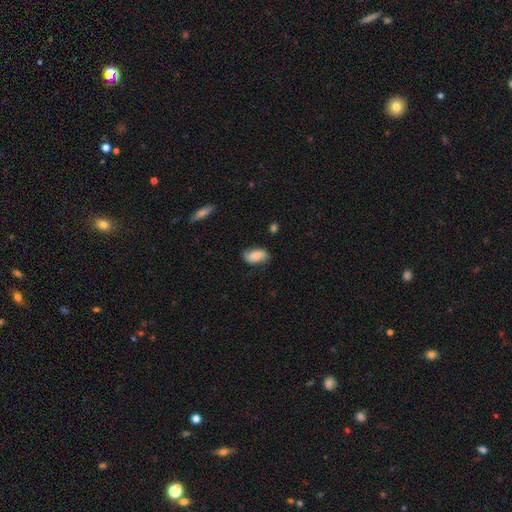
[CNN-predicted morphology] This appears to be a smooth galaxy with no disk features (81%) that is in between round and cigar-shaped (92%). Merging: none (70%).